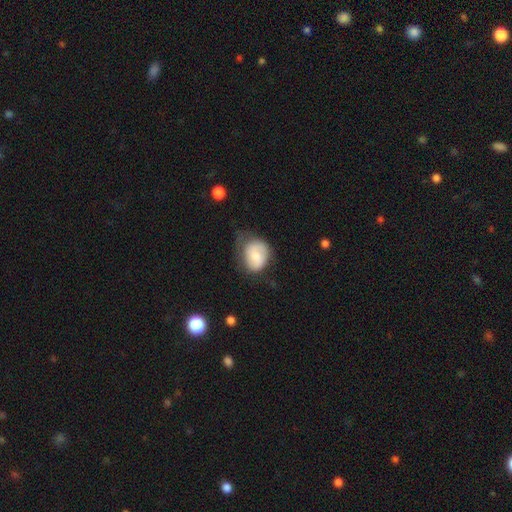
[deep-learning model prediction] smooth 63%, featured or disk 30%, star or artifact 7%. Down the decision tree: how rounded — round (50%); merging — none (39%).